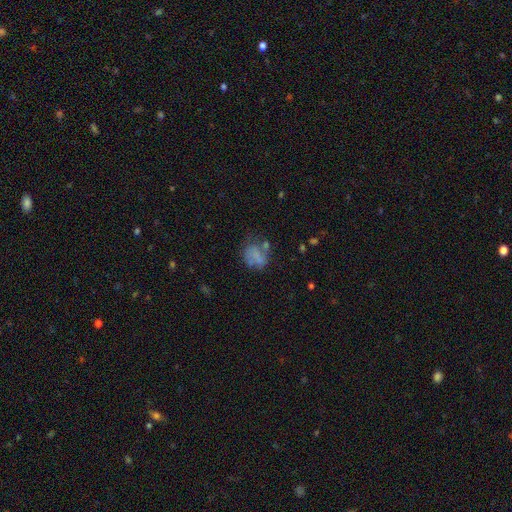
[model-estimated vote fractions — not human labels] Smooth or featured? Predicted: smooth (p=0.56). How rounded? Predicted: in between (p=0.50). Merging? Predicted: none (p=0.45).